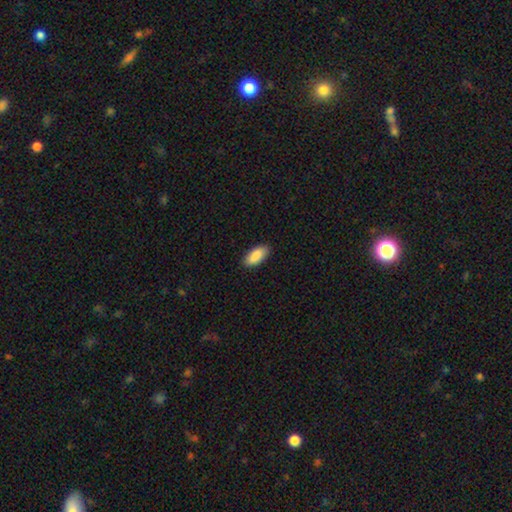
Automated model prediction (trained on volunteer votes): smooth 89%, star or artifact 6%, featured or disk 5%. Down the decision tree: how rounded — in between (90%); merging — none (89%).